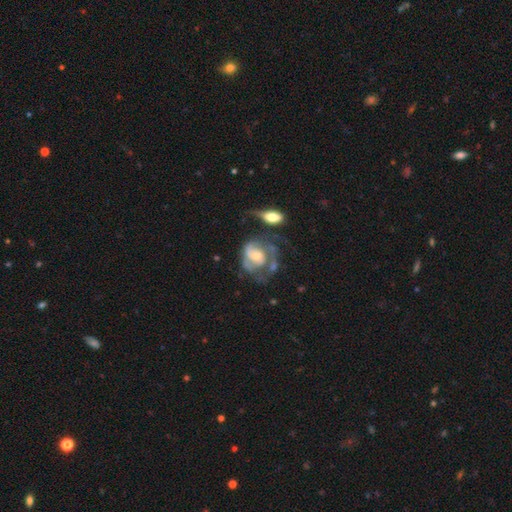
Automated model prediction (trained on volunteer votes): A featured or disk galaxy (76%) with no bar (61%), 2 (48%) medium (41%) spiral arms (82%) and a moderate central bulge (49%). Merging: major disturbance (34%).